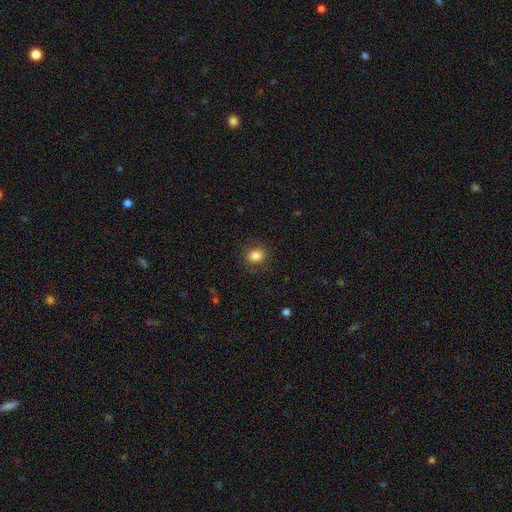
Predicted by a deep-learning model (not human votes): This appears to be a smooth galaxy with no disk features (83%) that is round (69%). Merging: none (84%).